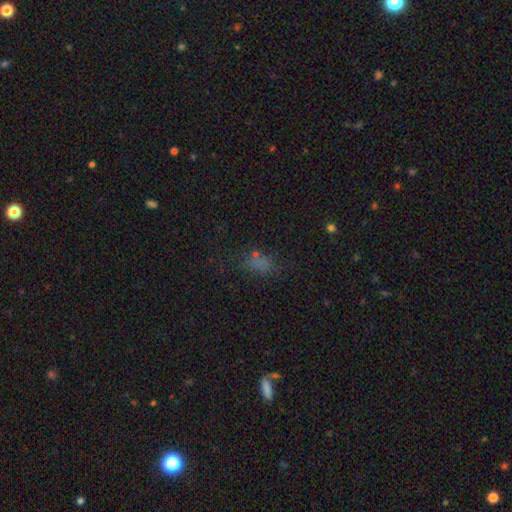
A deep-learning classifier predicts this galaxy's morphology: Smooth or featured? smooth (62%)
How rounded? in between (77%)
Merging? none (63%)